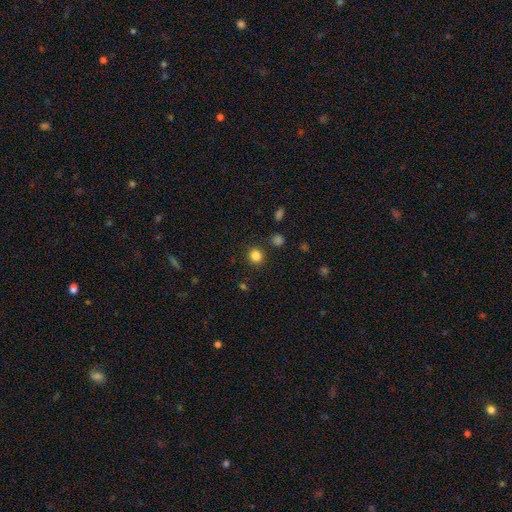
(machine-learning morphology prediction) Smooth or featured: smooth — 83% (star or artifact — 12%)
How rounded: round — 88% (in between — 12%)
Merging: none — 89% (minor disturbance — 7%)